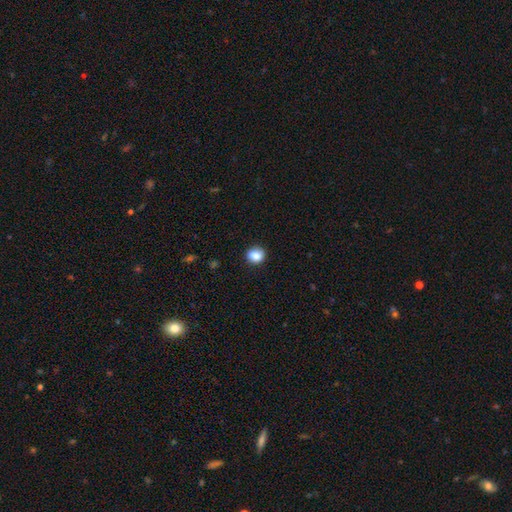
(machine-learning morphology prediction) Smooth or featured: smooth — 85% (star or artifact — 9%)
How rounded: round — 66% (in between — 33%)
Merging: none — 86% (minor disturbance — 10%)